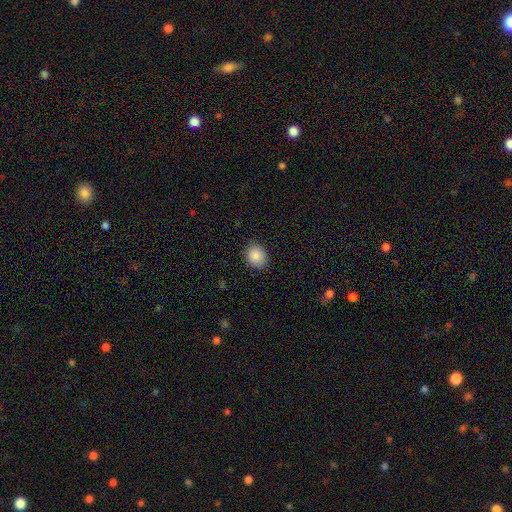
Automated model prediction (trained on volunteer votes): Morphology: type=smooth (87%); roundness=round (65%); merging=none (84%).